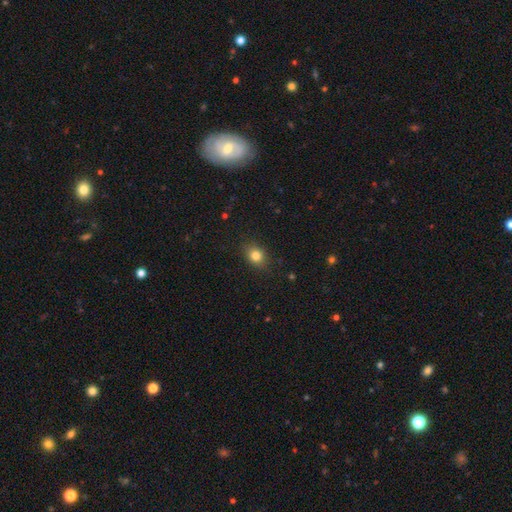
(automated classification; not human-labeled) Smooth or featured?
  - smooth: 81% *
  - star or artifact: 12%
  - featured or disk: 7%
How rounded?
  - round: 54% *
  - in between: 45%
  - cigar-shaped: 1%
Merging?
  - none: 85% *
  - minor disturbance: 11%
  - major disturbance: 3%
  - merger: 1%